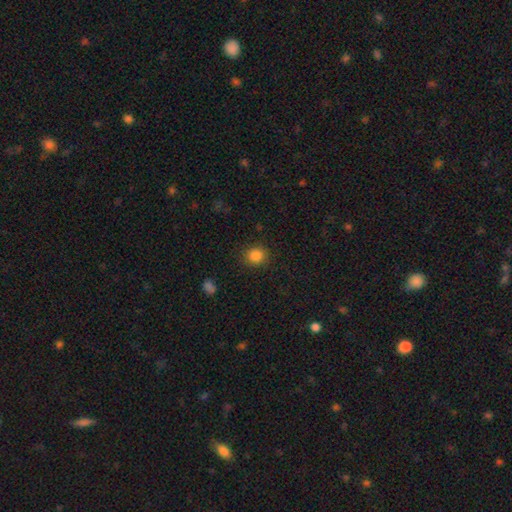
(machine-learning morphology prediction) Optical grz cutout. It shows a smooth galaxy with no disk features (85%) that is round (83%). Merging: none (88%).